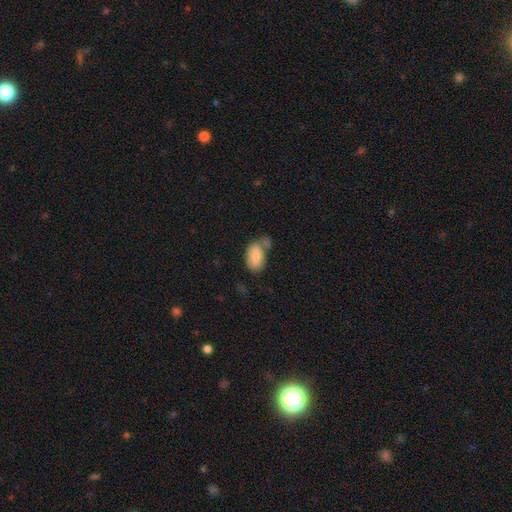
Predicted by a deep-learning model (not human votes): A smooth galaxy with no disk features (80%) that is in between round and cigar-shaped (93%).

Vote fractions:
- Smooth or featured? smooth: 80% / featured or disk: 14% / star or artifact: 7%
- How rounded? in between: 93% / round: 5% / cigar-shaped: 2%
- Merging? none: 44% / merger: 27% / minor disturbance: 20% / major disturbance: 9%